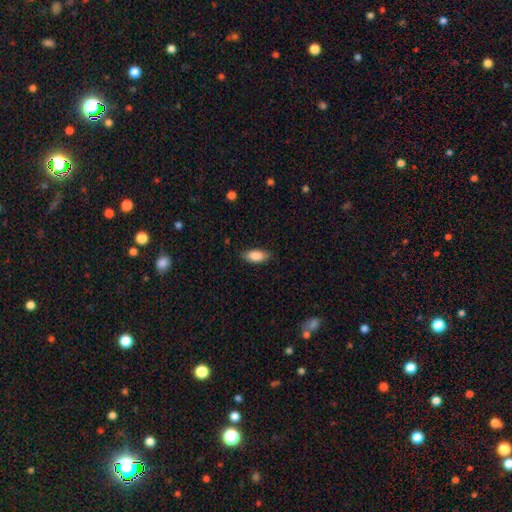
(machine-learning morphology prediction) Smooth or featured: smooth — 87% (star or artifact — 6%)
How rounded: in between — 87% (cigar-shaped — 10%)
Merging: none — 84% (minor disturbance — 12%)